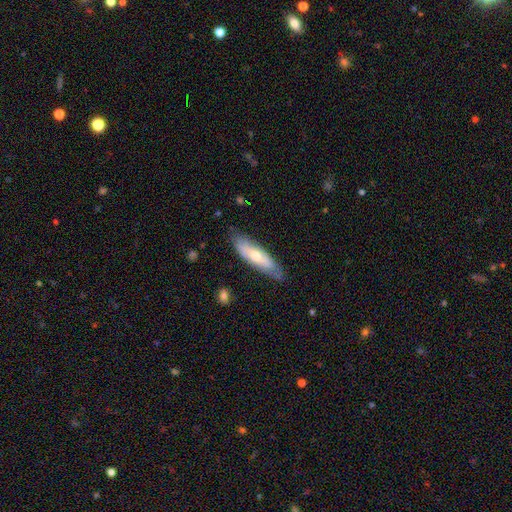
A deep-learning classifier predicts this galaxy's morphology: Smooth or featured: smooth — 54% (featured or disk — 41%)
How rounded: cigar-shaped — 58% (in between — 41%)
Merging: none — 77% (minor disturbance — 18%)